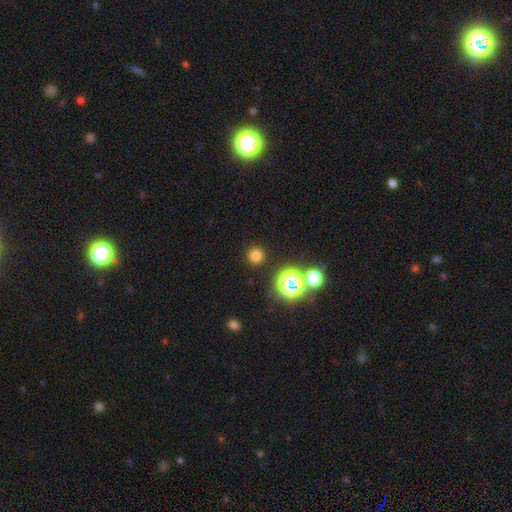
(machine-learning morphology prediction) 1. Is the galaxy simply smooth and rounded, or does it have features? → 73% smooth, 22% star or artifact, 5% featured or disk.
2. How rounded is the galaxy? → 95% round, 4% in between, 1% cigar-shaped.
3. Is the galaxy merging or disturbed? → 90% none, 5% minor disturbance, 2% major disturbance, 2% merger.